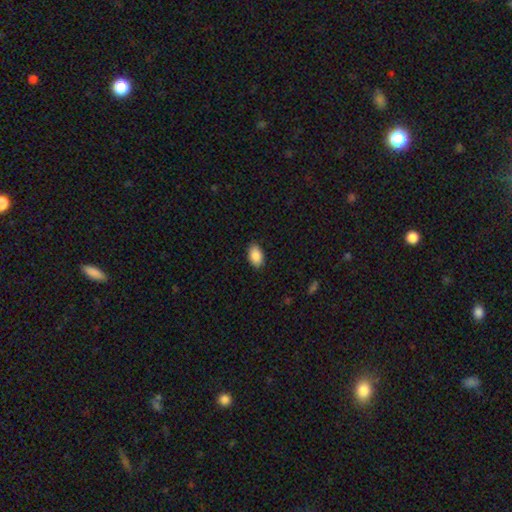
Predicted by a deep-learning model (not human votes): This appears to be a smooth galaxy with no disk features (90%) that is in between round and cigar-shaped (93%). Merging: none (88%).